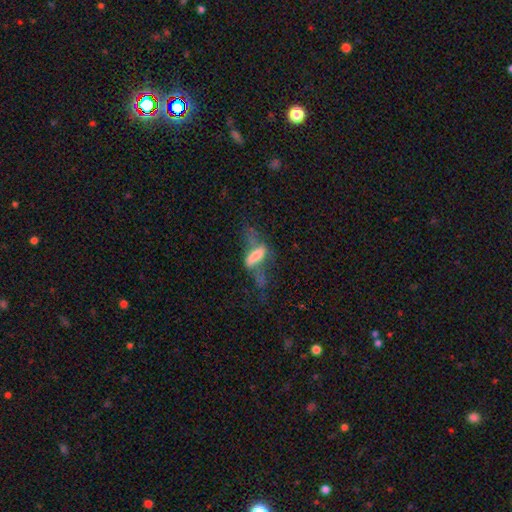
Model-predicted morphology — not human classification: This is possibly a smooth galaxy (47%). Merging: possibly major disturbance (47%).